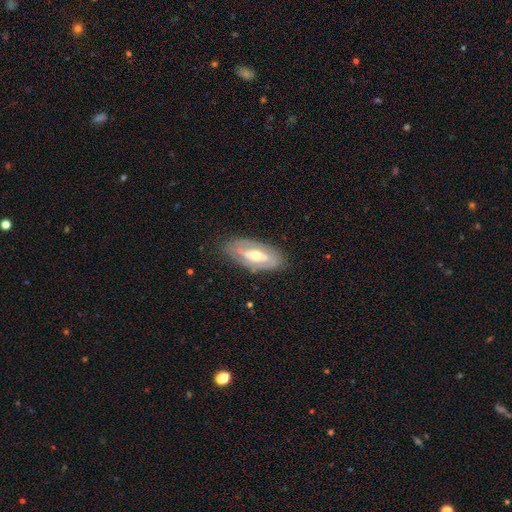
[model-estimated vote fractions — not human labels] Smooth or featured? featured or disk (67%)
Edge-on disk? no (85%)
Bar? no (40%)
Spiral arms? no (55%)
Bulge size? moderate (70%)
Merging? none (77%)